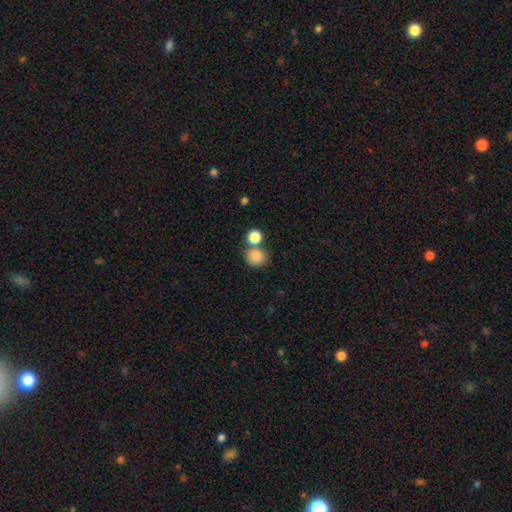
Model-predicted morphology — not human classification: Q: Smooth or featured?
A: smooth (84%); runner-up: star or artifact (10%)
Q: How rounded?
A: round (83%); runner-up: in between (16%)
Q: Merging?
A: none (58%); runner-up: merger (29%)